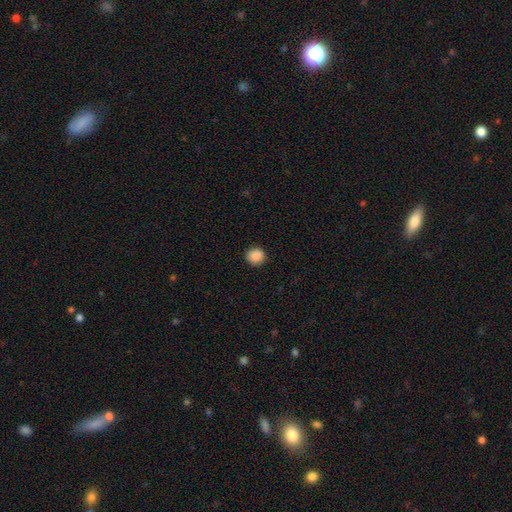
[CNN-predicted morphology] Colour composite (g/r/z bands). It shows a smooth galaxy with no disk features (89%) that is round (89%). Merging: none (91%).